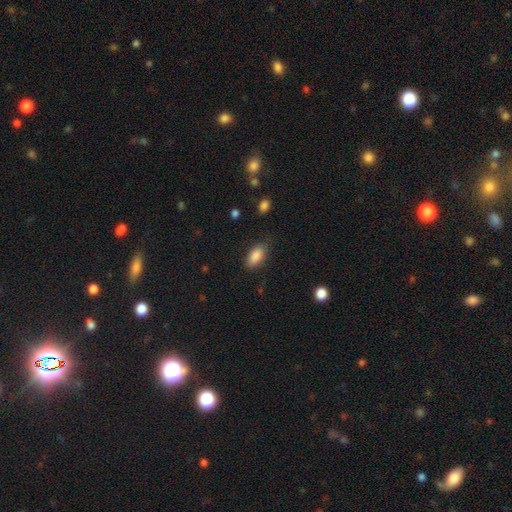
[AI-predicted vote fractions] Overall: smooth (88%). How rounded: in between (90%). Merging: none (79%).